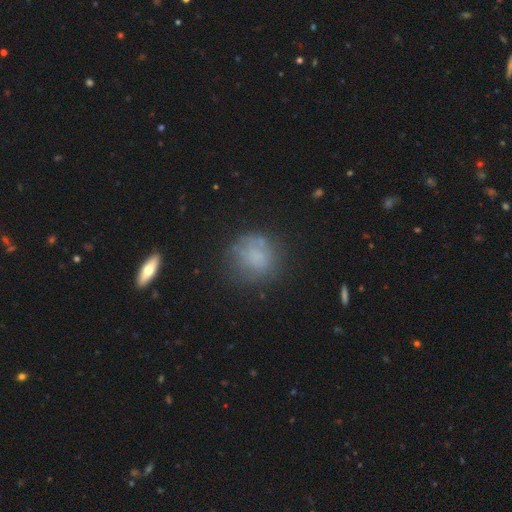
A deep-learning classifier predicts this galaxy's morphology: A smooth galaxy with no disk features (61%) that is round (83%). Merging: none (64%).